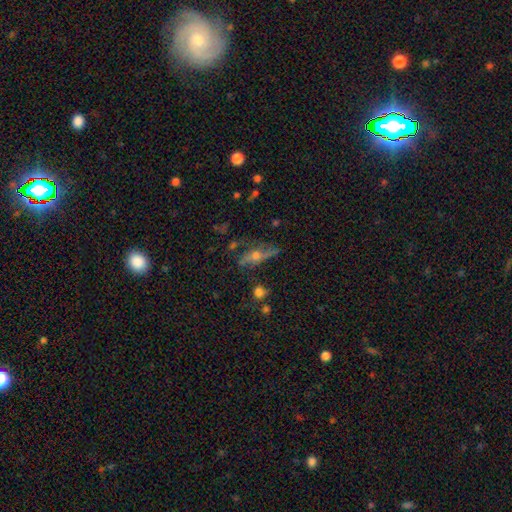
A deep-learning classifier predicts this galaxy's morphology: featured or disk 57%, smooth 25%, star or artifact 17%. Down the decision tree: edge-on disk — yes (53%); merging — none (57%).